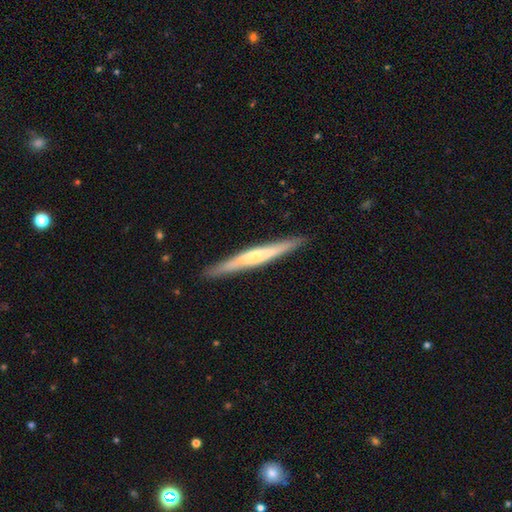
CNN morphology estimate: The model was most divided on "edge-on bulge": rounded: 49%, none: 39%, boxy: 12%. More confident: edge-on disk — yes (95%); merging — none (89%); smooth or featured — featured or disk (59%).